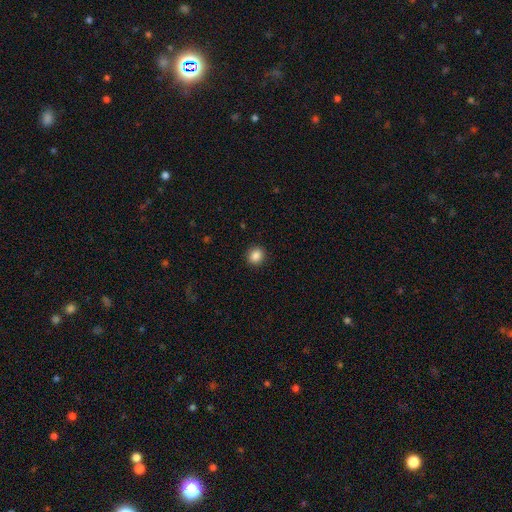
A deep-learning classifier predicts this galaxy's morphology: Smooth or featured: smooth — 87% (star or artifact — 10%)
How rounded: round — 78% (in between — 21%)
Merging: none — 91% (minor disturbance — 6%)